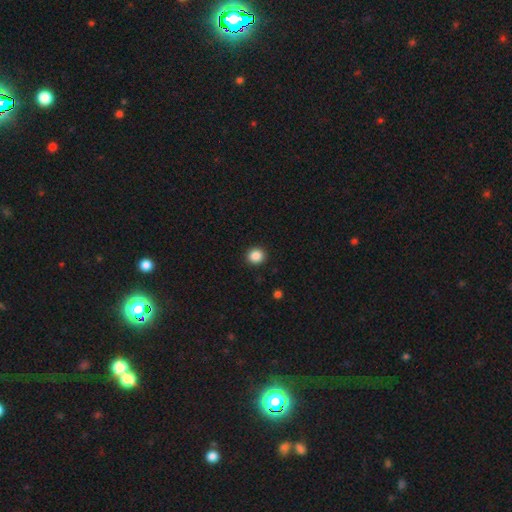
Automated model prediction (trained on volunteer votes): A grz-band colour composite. It shows a smooth galaxy with no disk features (87%) that is round (89%). Merging: none (93%).